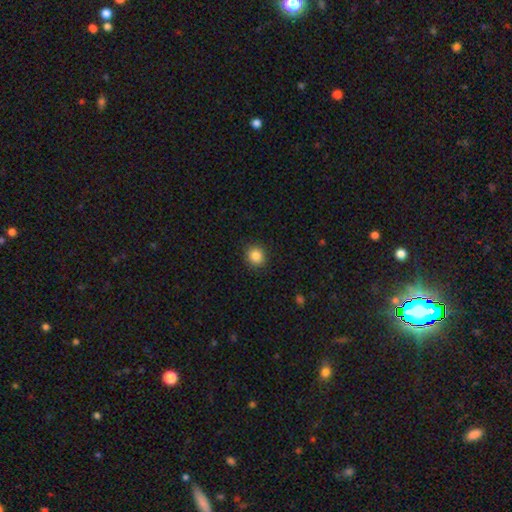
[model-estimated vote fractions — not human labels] Smooth or featured: smooth — 86% (star or artifact — 10%)
How rounded: round — 88% (in between — 11%)
Merging: none — 91% (minor disturbance — 6%)